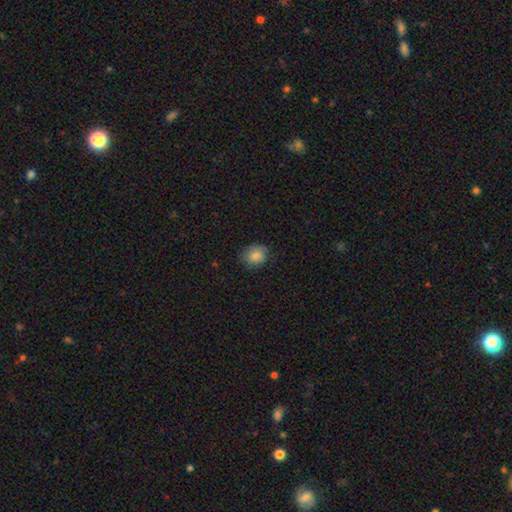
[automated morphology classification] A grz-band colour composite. It shows a smooth galaxy with no disk features (83%) that is round (72%). Merging: none (76%).